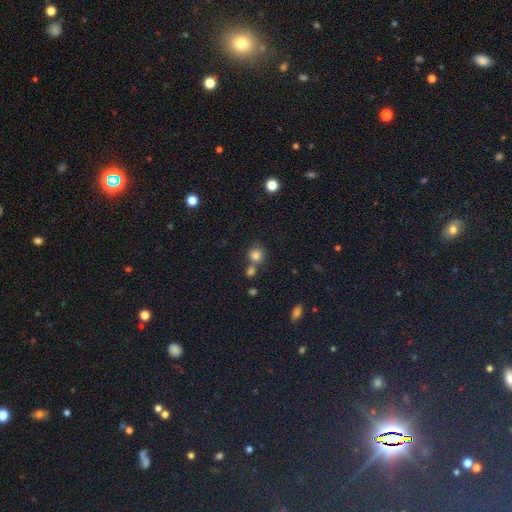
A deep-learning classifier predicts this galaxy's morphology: This appears to be a smooth galaxy with no disk features (81%) that is round (88%). Merging: none (55%).